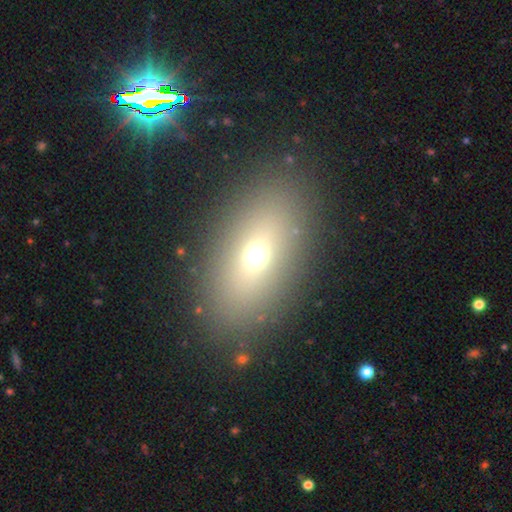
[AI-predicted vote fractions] A smooth galaxy with no disk features (64%) that is in between round and cigar-shaped (82%). Merging: none (86%).